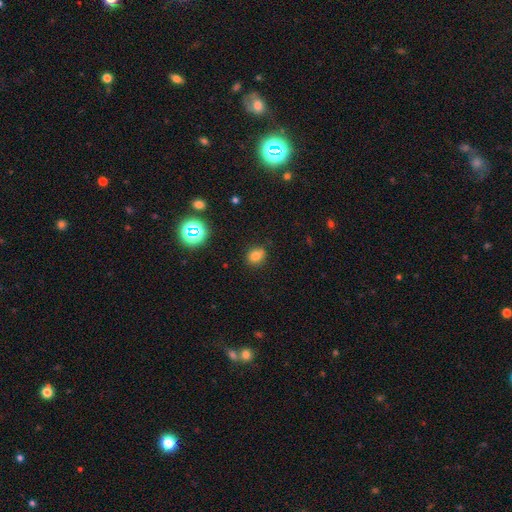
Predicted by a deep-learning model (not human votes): The model was most divided on "how rounded": round: 62%, in between: 37%, cigar-shaped: 1%. More confident: merging — none (82%); smooth or featured — smooth (76%).